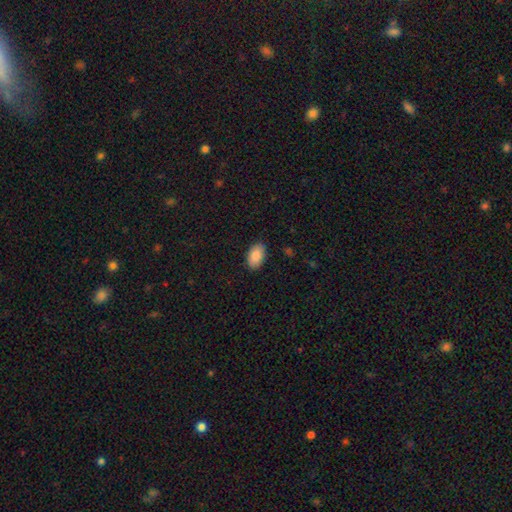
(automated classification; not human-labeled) This appears to be a smooth galaxy with no disk features (89%) that is in between round and cigar-shaped (94%). Merging: none (86%).